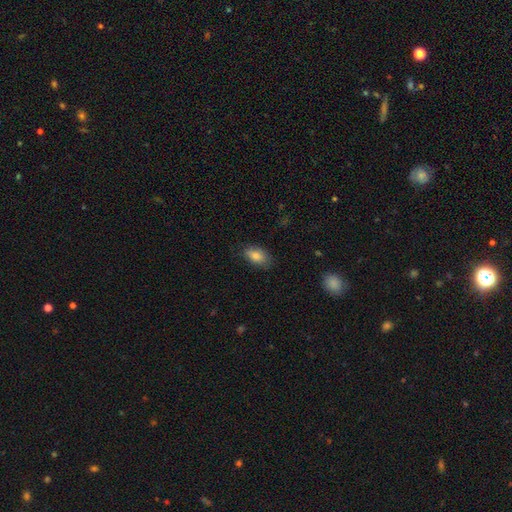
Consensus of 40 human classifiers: smooth 85%, star or artifact 10%, featured or disk 5%. Down the decision tree: how rounded — in between (85%); merging — none (78%).